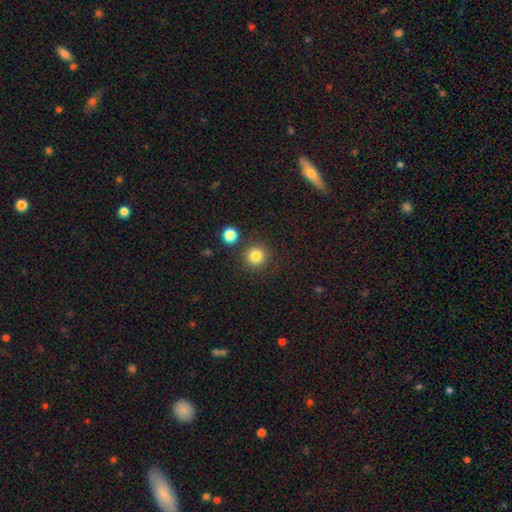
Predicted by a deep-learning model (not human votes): smooth-or-featured: smooth: 83% | star or artifact: 12% | featured or disk: 5%
  how-rounded: round: 94% | in between: 5% | cigar-shaped: 1%
  merging: none: 85% | minor disturbance: 7% | merger: 6% | major disturbance: 3%